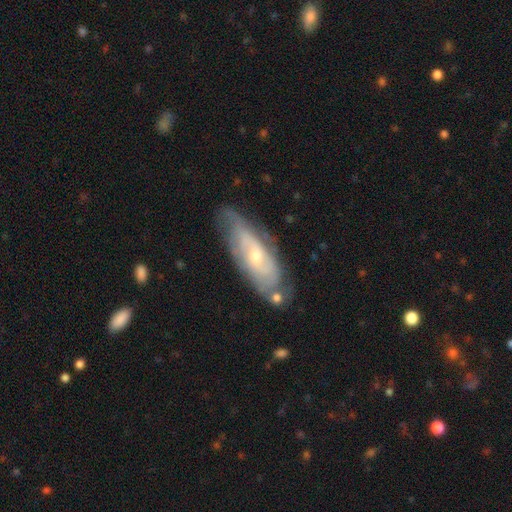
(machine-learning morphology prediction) Smooth or featured? Predicted: featured or disk (p=0.70). Edge-on disk? Predicted: no (p=0.81). Bar? Predicted: no (p=0.65). Spiral arms? Predicted: yes (p=0.78). Bulge size? Predicted: small (p=0.51). Merging? Predicted: none (p=0.62).